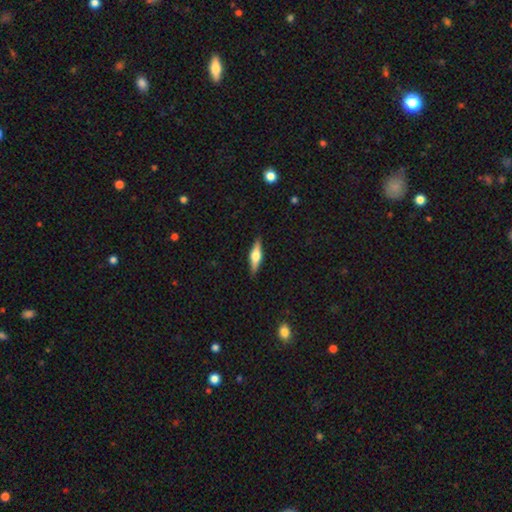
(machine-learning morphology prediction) A featured or disk galaxy (56%) viewed edge-on (96%) with a rounded central bulge (92%).

Vote fractions:
- Smooth or featured? featured or disk: 56% / smooth: 38% / star or artifact: 6%
- Edge-on disk? yes: 96% / no: 4%
- Edge-on bulge? rounded: 92% / boxy: 6% / none: 2%
- Merging? none: 89% / minor disturbance: 8% / major disturbance: 2% / merger: 1%